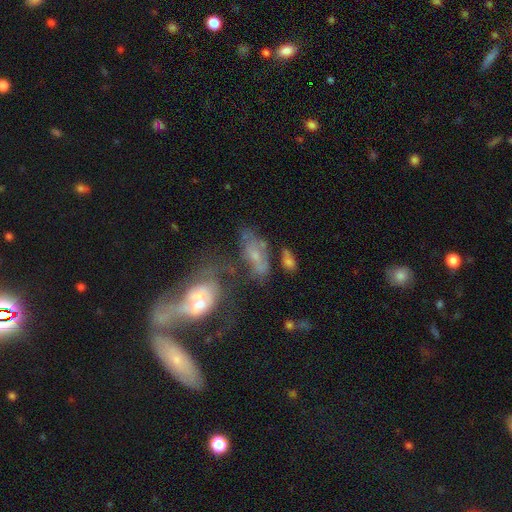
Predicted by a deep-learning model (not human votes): Morphology: type=featured or disk (55%); edge-on=no (89%); merging=merger (35%).